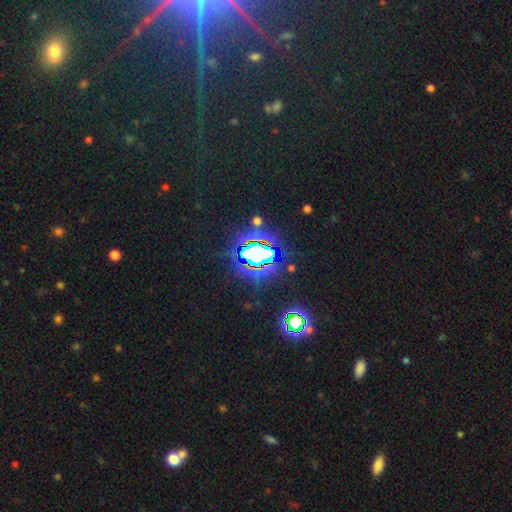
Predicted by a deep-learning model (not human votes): Smooth or featured? Predicted: star or artifact (p=0.75).